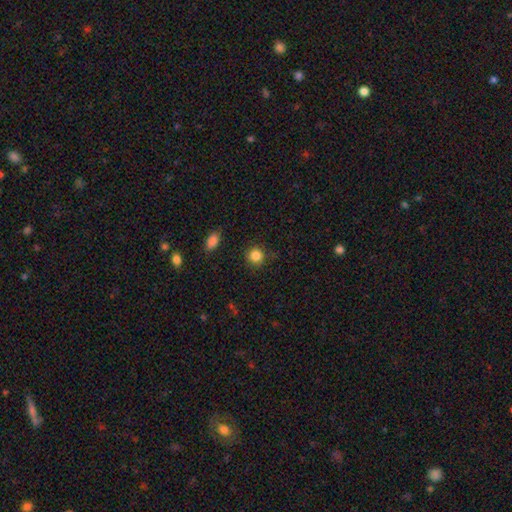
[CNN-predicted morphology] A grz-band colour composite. It shows a smooth galaxy with no disk features (85%) that is round (91%). Merging: none (88%).